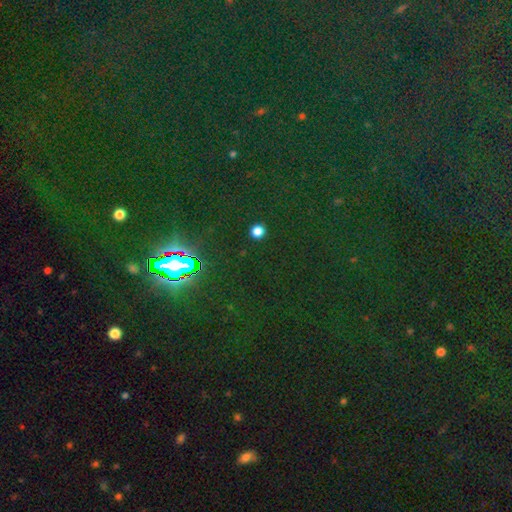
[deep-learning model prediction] Morphology: type=star or artifact (81%).